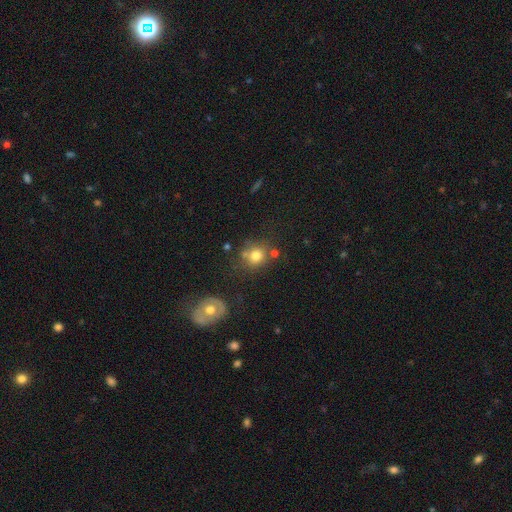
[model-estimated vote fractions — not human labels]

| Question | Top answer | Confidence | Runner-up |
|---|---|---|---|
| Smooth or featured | smooth | 74% | star or artifact (14%) |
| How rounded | round | 82% | in between (17%) |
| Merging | none | 63% | merger (15%) |